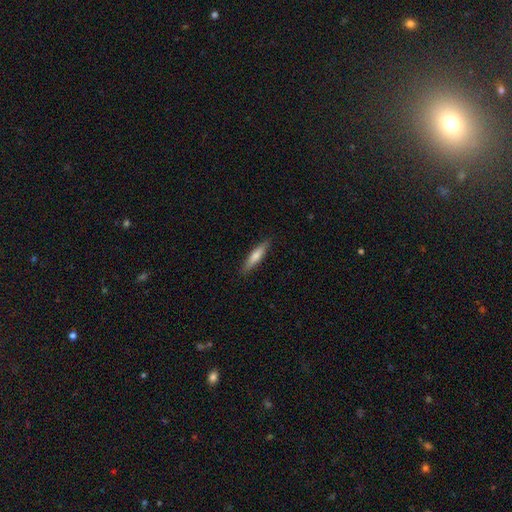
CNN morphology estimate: Overall: smooth (62%; featured or disk 32%). How rounded: cigar-shaped (85%). Merging: none (89%).